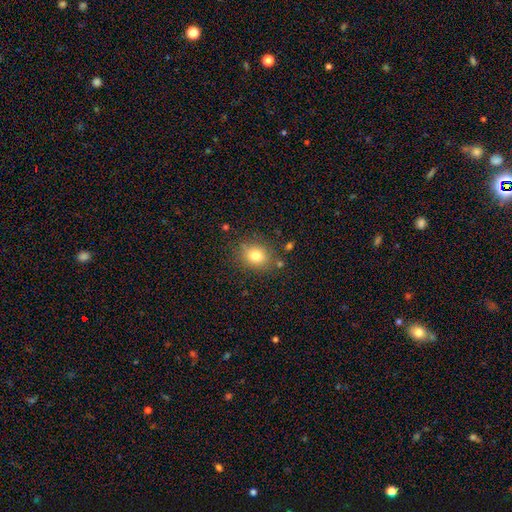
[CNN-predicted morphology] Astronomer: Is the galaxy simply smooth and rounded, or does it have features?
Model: smooth — 79%.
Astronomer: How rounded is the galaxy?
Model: round — 61% (runner-up: in between, 38%).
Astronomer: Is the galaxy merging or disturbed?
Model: none — 80%.